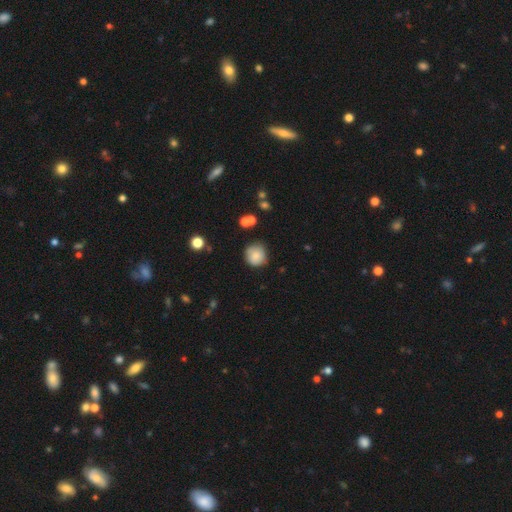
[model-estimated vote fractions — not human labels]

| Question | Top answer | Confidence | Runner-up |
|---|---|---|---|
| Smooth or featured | smooth | 81% | featured or disk (10%) |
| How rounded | round | 91% | in between (8%) |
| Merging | none | 77% | minor disturbance (16%) |